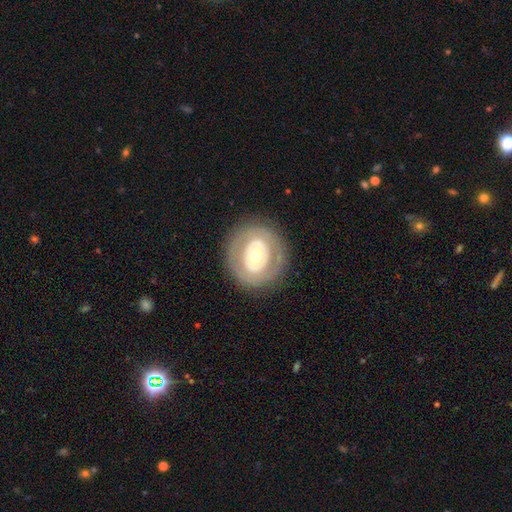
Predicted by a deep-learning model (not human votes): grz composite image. It shows a featured or disk galaxy (58%) with no bar (79%), no spiral arms (85%) and a moderate central bulge (65%). Merging: none (83%).